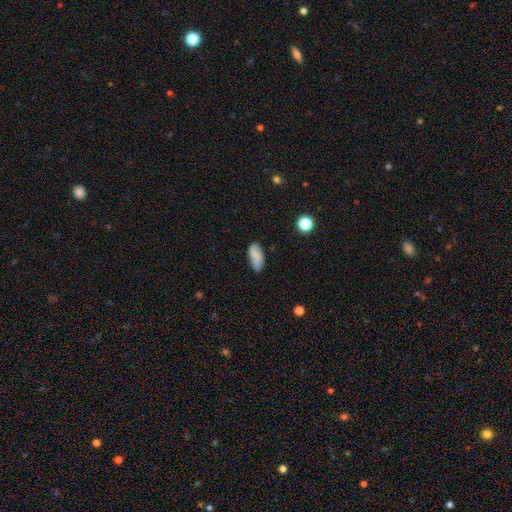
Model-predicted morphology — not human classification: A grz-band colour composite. It shows a smooth galaxy with no disk features (71%) that is in between round and cigar-shaped (90%). Merging: none (73%).